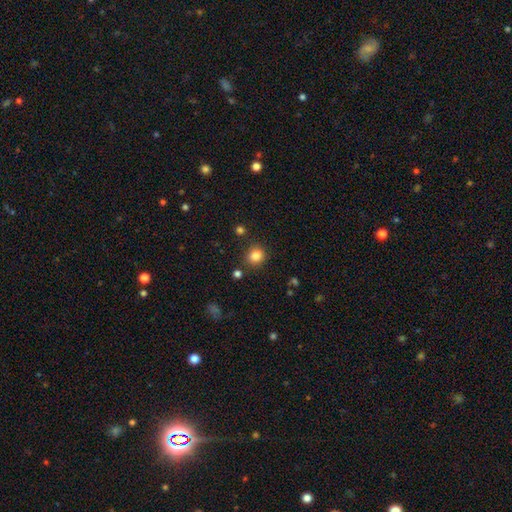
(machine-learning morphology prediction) Smooth or featured: smooth — 83% (star or artifact — 12%)
How rounded: round — 83% (in between — 16%)
Merging: none — 84% (minor disturbance — 9%)